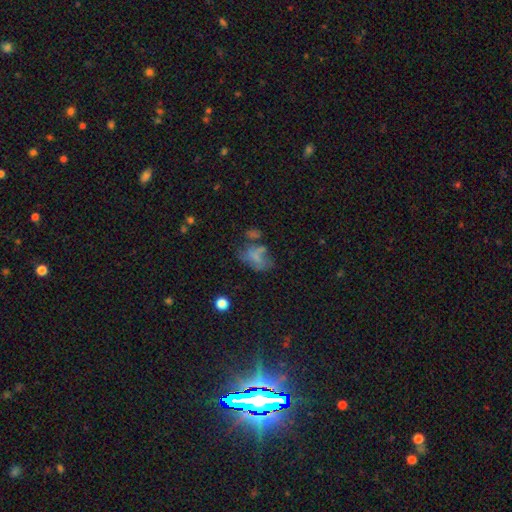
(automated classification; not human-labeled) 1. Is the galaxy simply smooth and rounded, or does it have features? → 50% smooth, 34% featured or disk, 16% star or artifact.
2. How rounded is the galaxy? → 81% in between, 16% round, 2% cigar-shaped.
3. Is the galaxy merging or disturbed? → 33% none, 30% major disturbance, 22% minor disturbance, 15% merger.